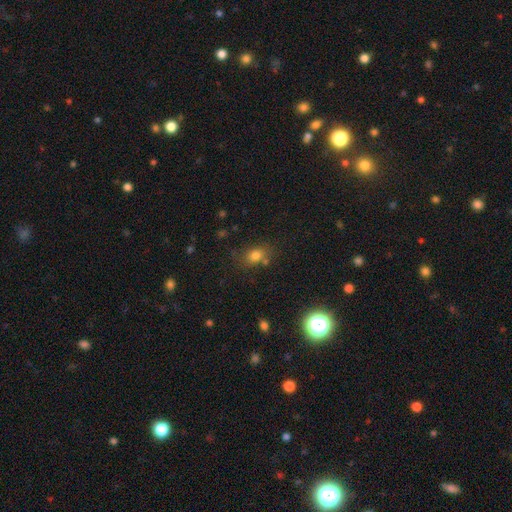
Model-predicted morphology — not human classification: The model was most divided on "how rounded": in between: 57%, round: 41%, cigar-shaped: 2%. More confident: smooth or featured — smooth (76%); merging — none (69%).